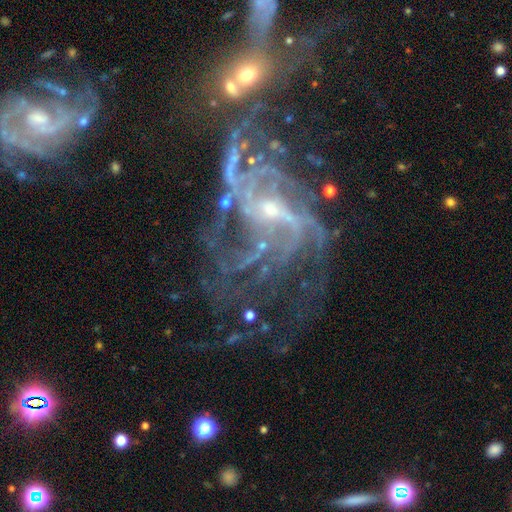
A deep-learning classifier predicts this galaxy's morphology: featured or disk 82%, star or artifact 13%, smooth 5%. Down the decision tree: edge-on disk — no (97%); bar — no (43%); spiral arms — yes (90%); spiral arm count — can't tell (32%); spiral winding — medium (41%); bulge size — small (65%); merging — major disturbance (34%).